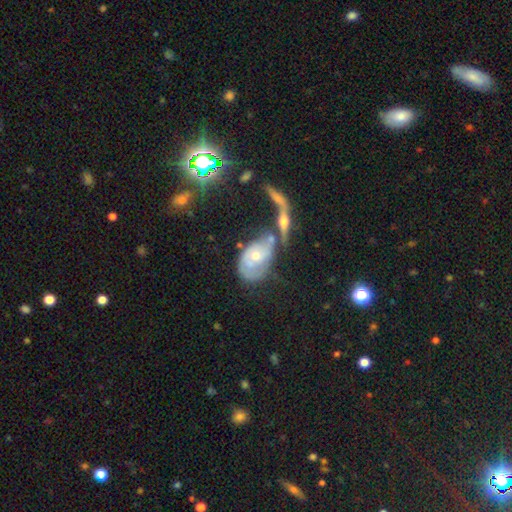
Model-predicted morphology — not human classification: A featured or disk galaxy (62%) with no bar (78%), spiral arms (60%) and a moderate central bulge (55%). Merging: merger (43%).